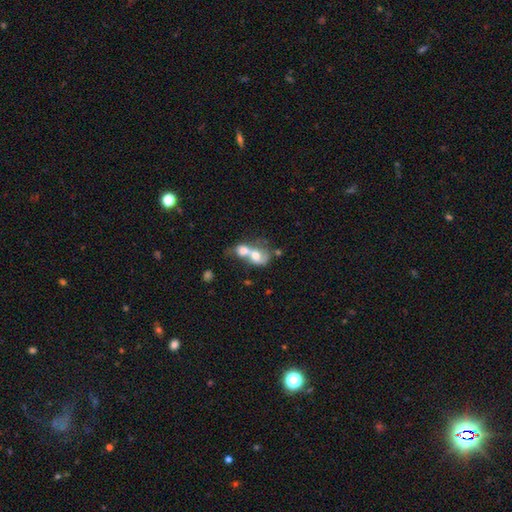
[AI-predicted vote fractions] smooth-or-featured: smooth: 56% | featured or disk: 35% | star or artifact: 9%
  how-rounded: in between: 56% | round: 42% | cigar-shaped: 2%
  merging: merger: 81% | none: 9% | major disturbance: 6% | minor disturbance: 4%